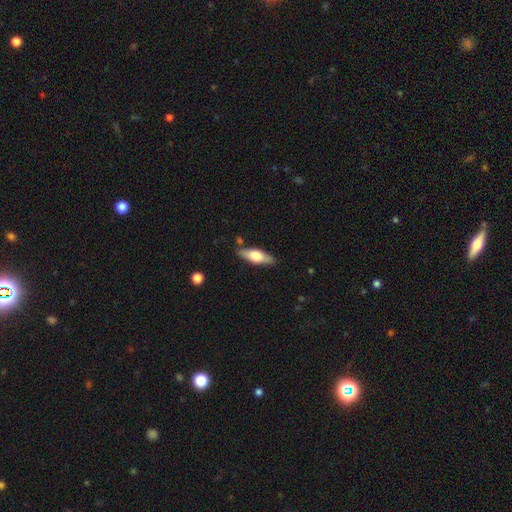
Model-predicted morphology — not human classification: This is possibly a smooth galaxy (58%). How rounded: possibly in between (57%). Merging: clearly none (82%).